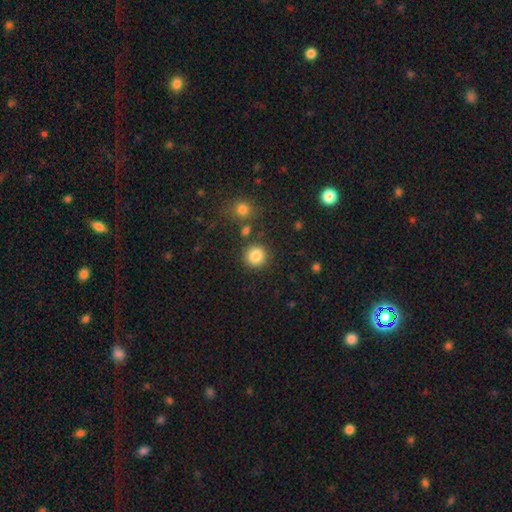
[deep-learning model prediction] smooth-or-featured: smooth: 85% | star or artifact: 10% | featured or disk: 5%
  how-rounded: round: 91% | in between: 8% | cigar-shaped: 1%
  merging: none: 84% | minor disturbance: 8% | merger: 5% | major disturbance: 3%